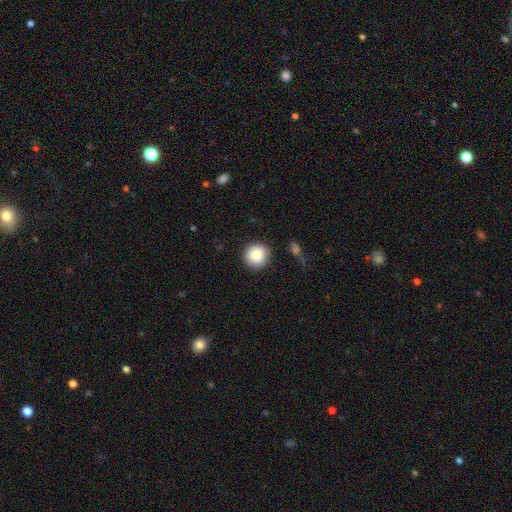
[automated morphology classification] This appears to be a smooth galaxy with no disk features (86%) that is round (94%). Merging: none (88%).